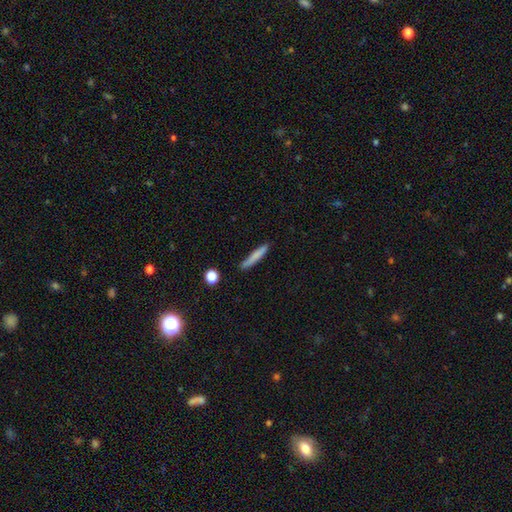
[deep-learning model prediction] Overall: smooth (77%). How rounded: cigar-shaped (93%). Merging: none (83%).